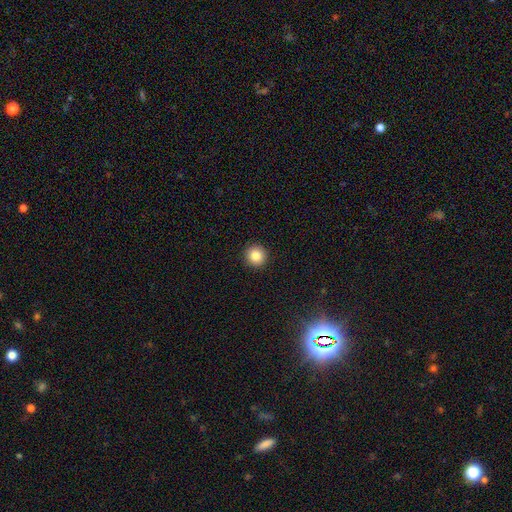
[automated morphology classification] Overall: smooth (85%). How rounded: round (95%). Merging: none (93%).